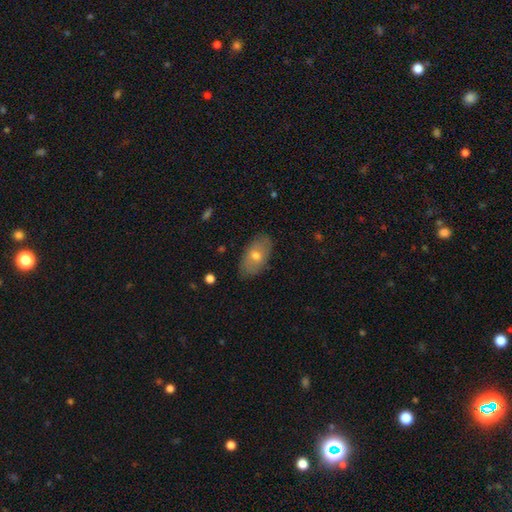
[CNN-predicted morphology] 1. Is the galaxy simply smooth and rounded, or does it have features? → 64% smooth, 29% featured or disk, 7% star or artifact.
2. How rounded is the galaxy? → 92% in between, 6% round, 2% cigar-shaped.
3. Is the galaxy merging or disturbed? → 84% none, 12% minor disturbance, 3% major disturbance, 1% merger.